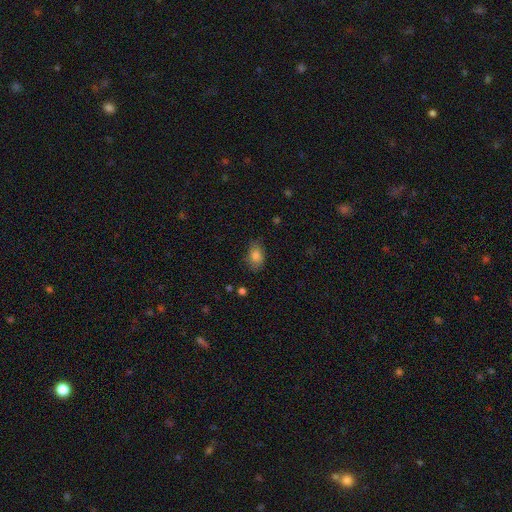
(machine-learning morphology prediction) Smooth or featured?
  - smooth: 81% *
  - featured or disk: 10%
  - star or artifact: 9%
How rounded?
  - in between: 82% *
  - round: 16%
  - cigar-shaped: 2%
Merging?
  - none: 74% *
  - minor disturbance: 20%
  - major disturbance: 4%
  - merger: 1%